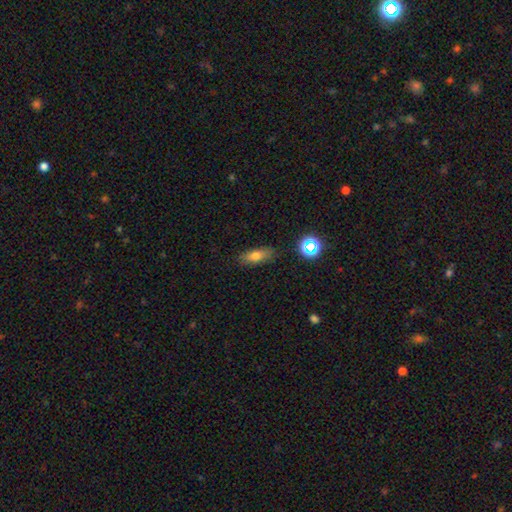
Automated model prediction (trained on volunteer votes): Smooth or featured?
  - smooth: 71% *
  - featured or disk: 17%
  - star or artifact: 12%
How rounded?
  - in between: 66% *
  - cigar-shaped: 27%
  - round: 6%
Merging?
  - none: 82% *
  - minor disturbance: 13%
  - major disturbance: 3%
  - merger: 2%